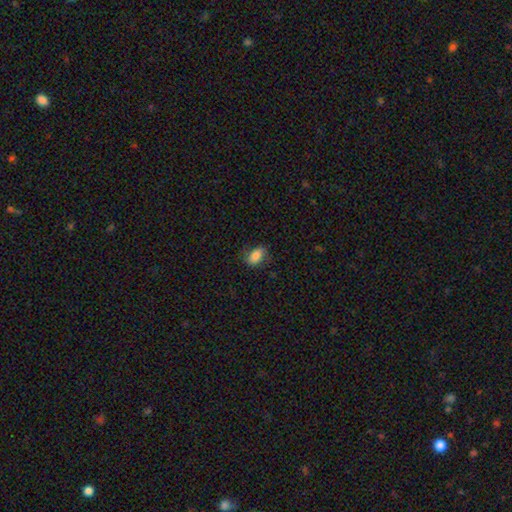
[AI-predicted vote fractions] The model was most divided on "merging": none: 73%, minor disturbance: 20%, major disturbance: 6%, merger: 1%. More confident: how rounded — in between (87%); smooth or featured — smooth (82%).